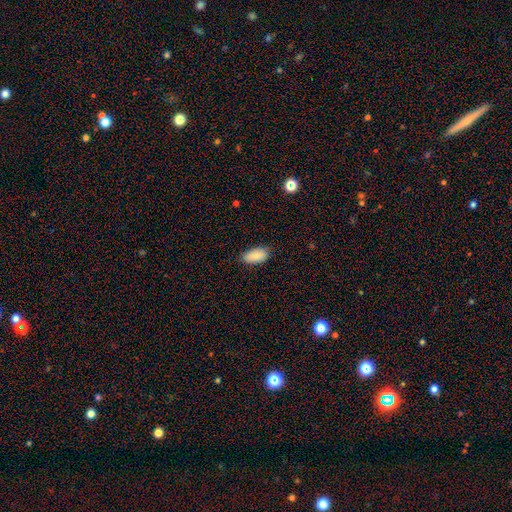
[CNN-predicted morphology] Overall: smooth (86%). How rounded: in between (93%). Merging: none (81%).